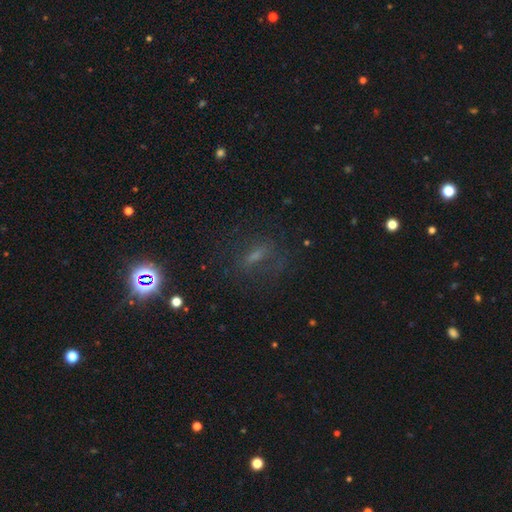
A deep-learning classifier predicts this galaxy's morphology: smooth-or-featured: smooth: 37% | star or artifact: 33% | featured or disk: 30%
  merging: none: 66% | minor disturbance: 16% | major disturbance: 15% | merger: 2%